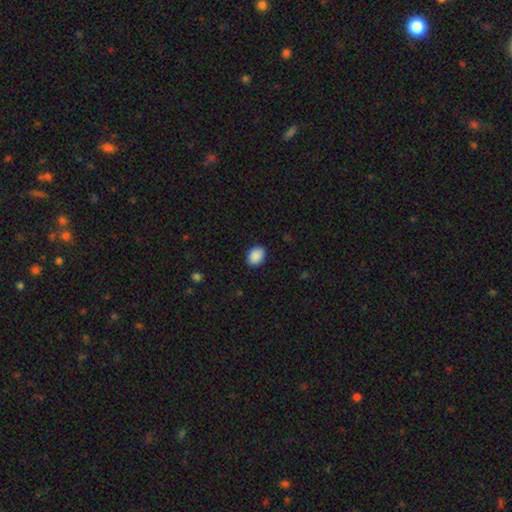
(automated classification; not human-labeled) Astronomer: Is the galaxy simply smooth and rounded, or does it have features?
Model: smooth — 90%.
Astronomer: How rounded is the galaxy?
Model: in between — 64%.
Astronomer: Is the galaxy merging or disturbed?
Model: none — 89%.